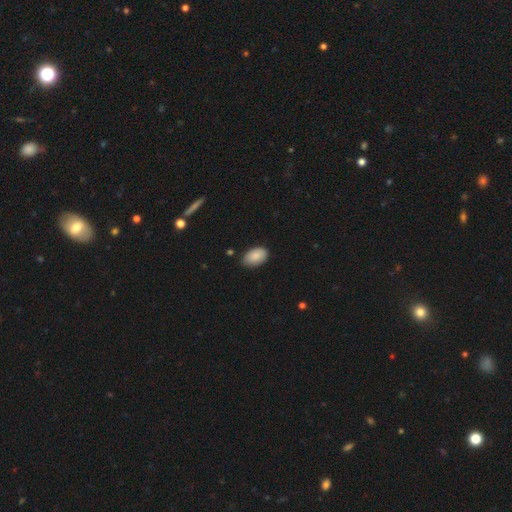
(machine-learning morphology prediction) smooth-or-featured: smooth: 86% | featured or disk: 7% | star or artifact: 7%
  how-rounded: in between: 93% | round: 6% | cigar-shaped: 1%
  merging: none: 79% | minor disturbance: 17% | major disturbance: 2% | merger: 1%